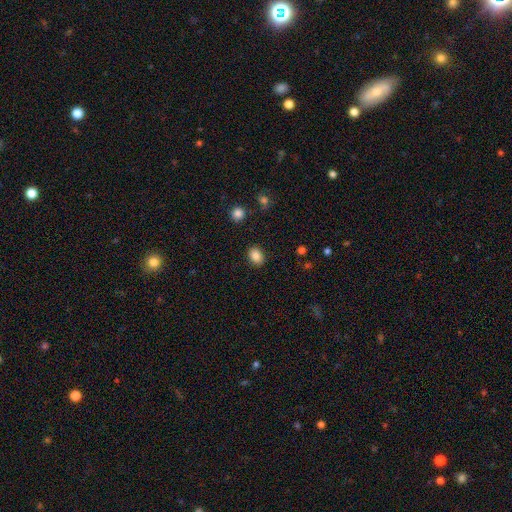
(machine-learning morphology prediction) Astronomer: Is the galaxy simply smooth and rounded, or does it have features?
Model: smooth — 86%.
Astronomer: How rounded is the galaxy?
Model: in between — 64%.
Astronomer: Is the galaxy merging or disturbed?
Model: none — 88%.